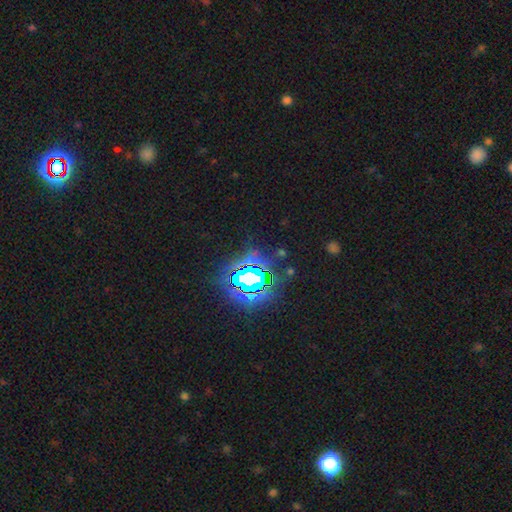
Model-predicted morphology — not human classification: Smooth or featured? star or artifact (83%)